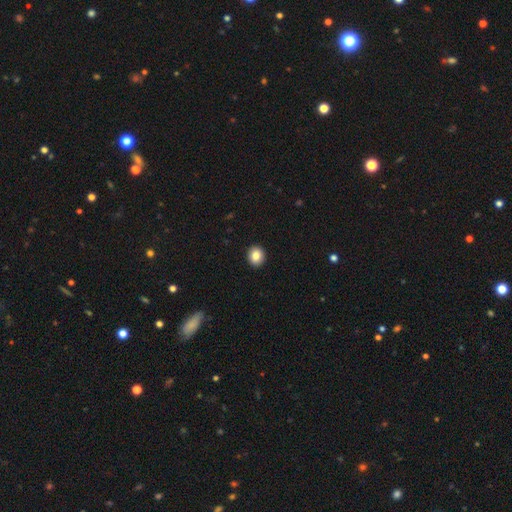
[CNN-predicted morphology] A smooth galaxy with no disk features (84%) that is round (78%). Merging: none (93%).